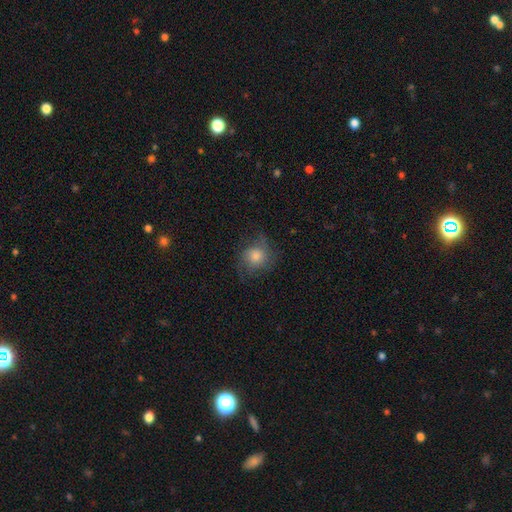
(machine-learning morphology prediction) Q: Smooth or featured?
A: smooth (50%); runner-up: featured or disk (37%)
Q: How rounded?
A: round (80%); runner-up: in between (19%)
Q: Merging?
A: none (66%); runner-up: minor disturbance (20%)